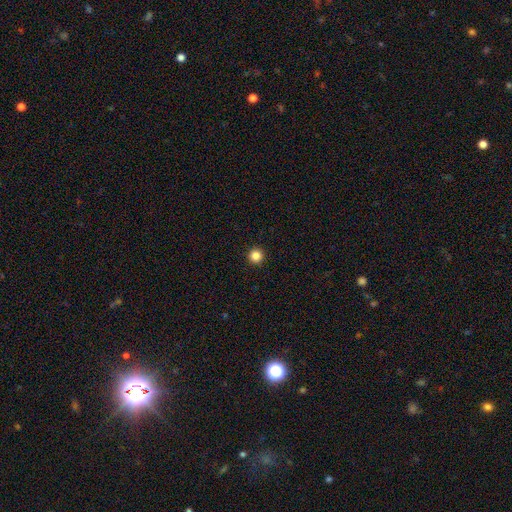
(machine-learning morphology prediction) This is clearly a smooth galaxy (85%). How rounded: clearly round (97%). Merging: clearly none (94%).